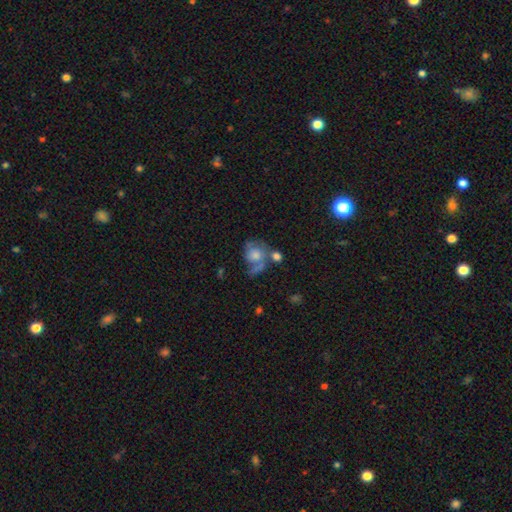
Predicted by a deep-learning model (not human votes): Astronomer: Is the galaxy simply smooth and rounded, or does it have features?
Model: smooth — 48% (runner-up: featured or disk, 43%).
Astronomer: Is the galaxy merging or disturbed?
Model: none — 29% (runner-up: merger, 27%).